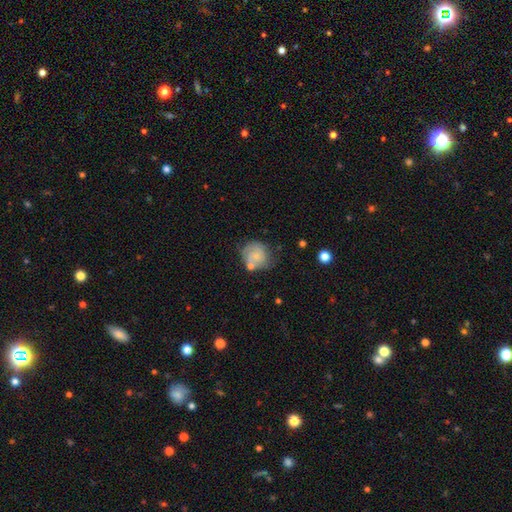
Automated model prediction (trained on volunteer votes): Smooth or featured: smooth — 53% (featured or disk — 39%)
How rounded: round — 80% (in between — 19%)
Merging: none — 55% (minor disturbance — 24%)